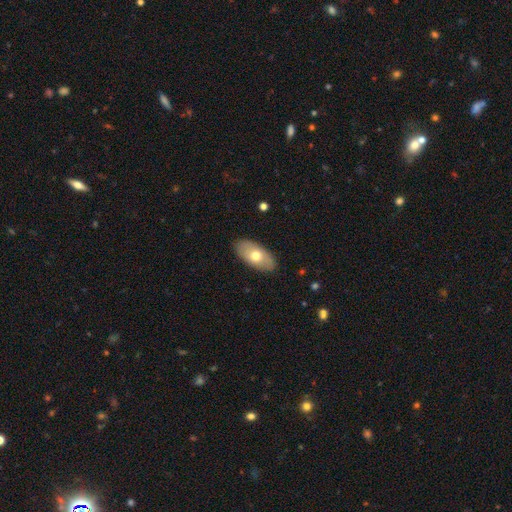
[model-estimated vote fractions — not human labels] smooth_or_featured: smooth (p=0.67) [alt: featured or disk p=0.27]
how_rounded: in between (p=0.92) [alt: cigar-shaped p=0.05]
merging: none (p=0.87) [alt: minor disturbance p=0.10]